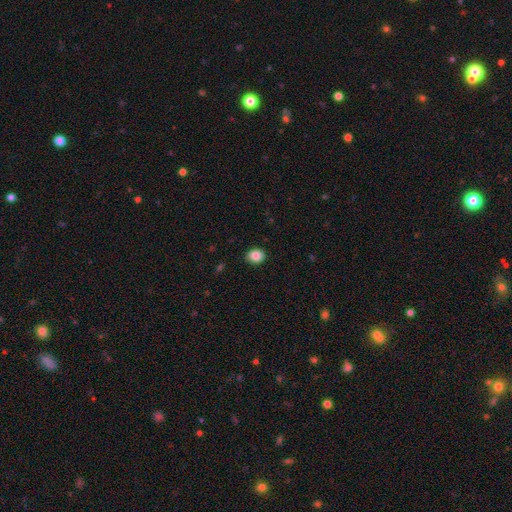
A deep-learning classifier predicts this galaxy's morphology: Q: Smooth or featured?
A: smooth (86%); runner-up: star or artifact (9%)
Q: How rounded?
A: round (61%); runner-up: in between (38%)
Q: Merging?
A: none (89%); runner-up: minor disturbance (8%)